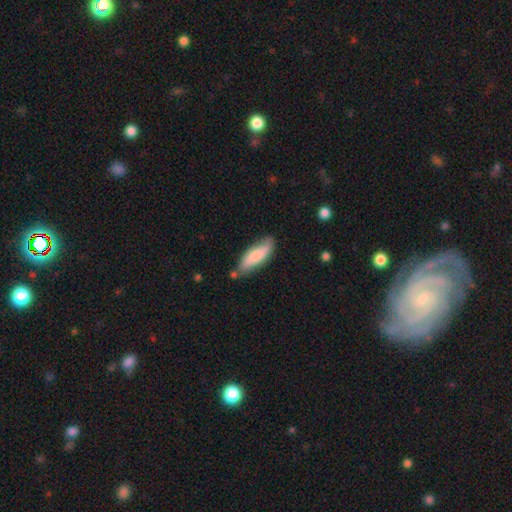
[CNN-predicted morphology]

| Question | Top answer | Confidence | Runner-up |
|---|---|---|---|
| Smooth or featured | smooth | 74% | featured or disk (20%) |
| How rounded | in between | 54% | cigar-shaped (44%) |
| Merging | none | 66% | minor disturbance (23%) |